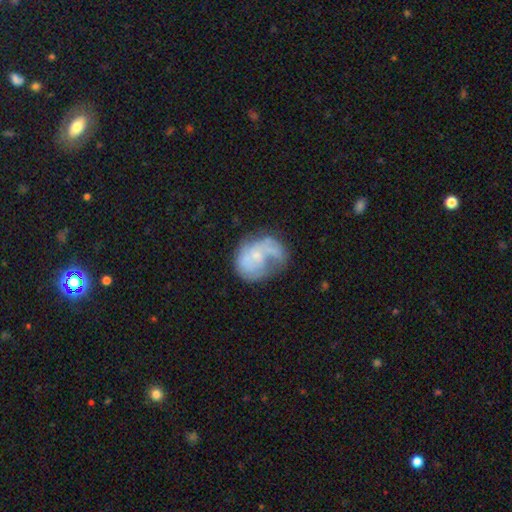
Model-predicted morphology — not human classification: Smooth or featured?
  - featured or disk: 62% *
  - smooth: 29%
  - star or artifact: 9%
Edge-on disk?
  - no: 98% *
  - yes: 2%
Bar?
  - no: 77% *
  - weak: 20%
  - strong: 3%
Spiral arms?
  - yes: 72% *
  - no: 28%
Bulge size?
  - small: 66% *
  - moderate: 22%
  - none: 9%
  - large: 2%
  - dominant: 1%
Merging?
  - none: 36% *
  - major disturbance: 30%
  - minor disturbance: 26%
  - merger: 7%